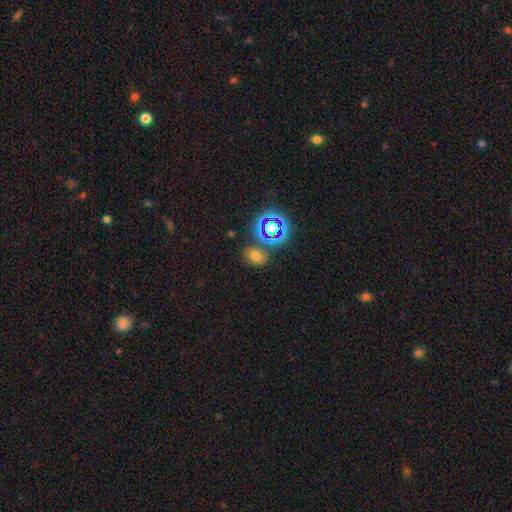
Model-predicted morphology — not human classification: The model was most divided on "how rounded": in between: 61%, round: 38%, cigar-shaped: 1%. More confident: merging — none (74%); smooth or featured — smooth (59%).